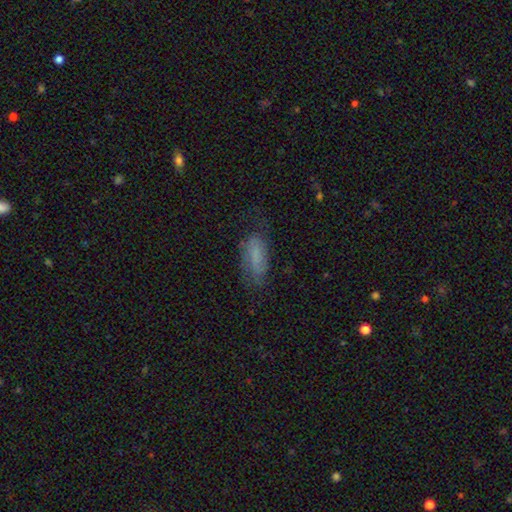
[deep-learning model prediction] smooth-or-featured: smooth: 61% | featured or disk: 29% | star or artifact: 10%
  how-rounded: in between: 78% | cigar-shaped: 19% | round: 3%
  merging: none: 59% | minor disturbance: 25% | major disturbance: 15% | merger: 2%